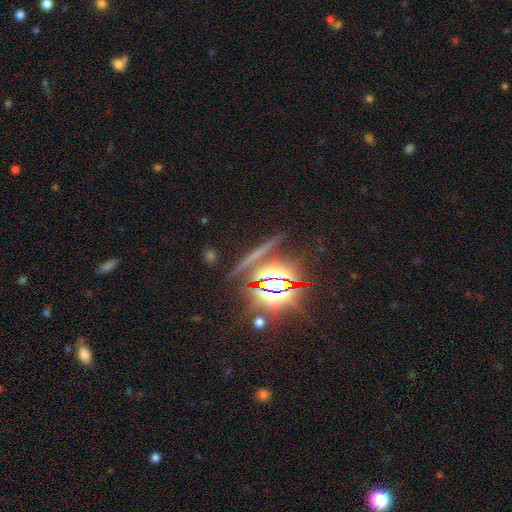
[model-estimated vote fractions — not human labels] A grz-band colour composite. It shows a star or artifact, not a galaxy (61%).